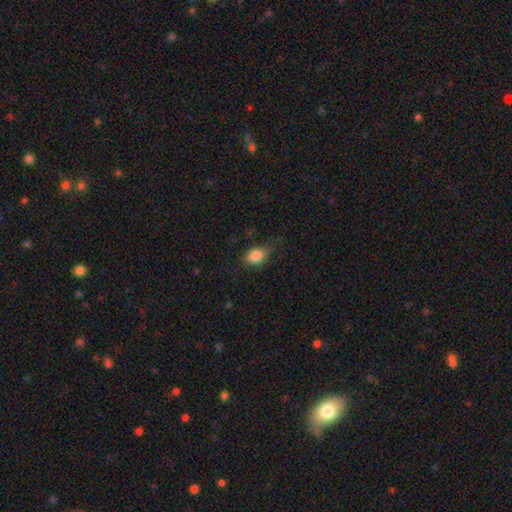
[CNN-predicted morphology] A smooth galaxy with no disk features (82%) that is in between round and cigar-shaped (77%). Merging: none (64%).